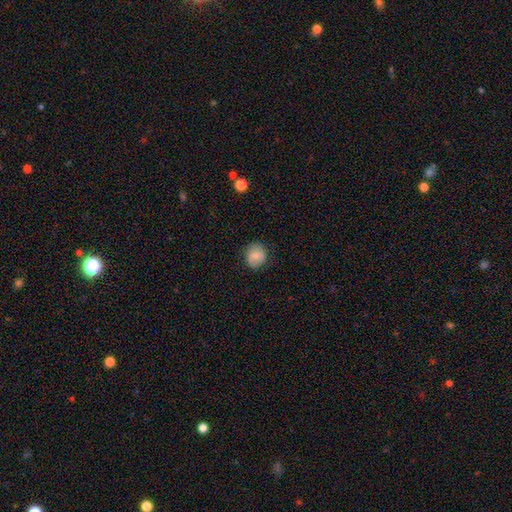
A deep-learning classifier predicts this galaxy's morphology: A smooth galaxy with no disk features (76%) that is round (77%).

Vote fractions:
- Smooth or featured? smooth: 76% / featured or disk: 15% / star or artifact: 8%
- How rounded? round: 77% / in between: 22% / cigar-shaped: 1%
- Merging? none: 80% / minor disturbance: 16% / major disturbance: 4% / merger: 1%